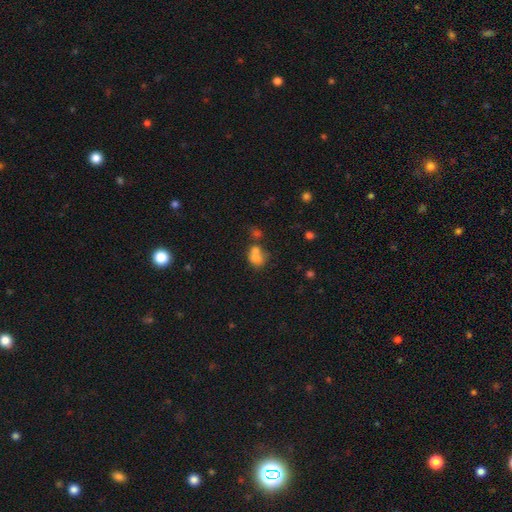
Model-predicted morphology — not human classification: This appears to be a smooth galaxy with no disk features (70%) that is in between round and cigar-shaped (51%). Merging: merger (57%).